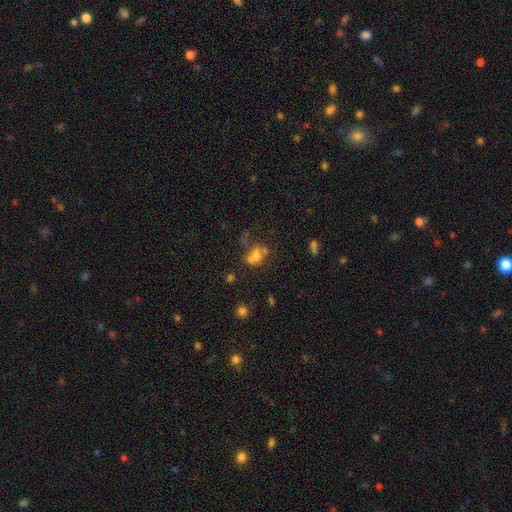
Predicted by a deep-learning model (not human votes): This appears to be a smooth galaxy with no disk features (57%) that is in between round and cigar-shaped (51%). Merging: none (38%).